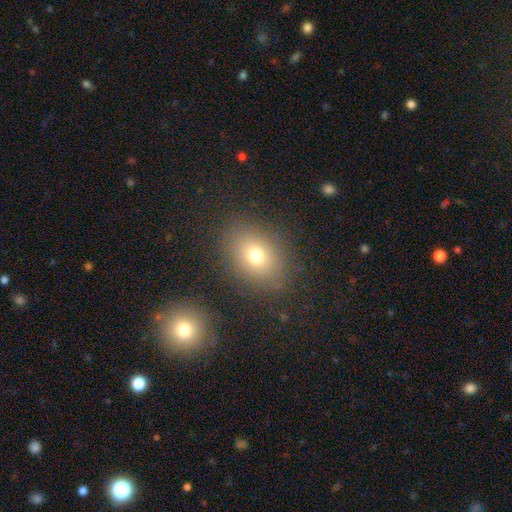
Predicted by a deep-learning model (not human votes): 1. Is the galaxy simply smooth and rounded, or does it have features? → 72% smooth, 15% star or artifact, 13% featured or disk.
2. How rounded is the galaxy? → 59% in between, 40% round, 1% cigar-shaped.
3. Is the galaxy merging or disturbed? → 83% none, 10% minor disturbance, 4% major disturbance, 3% merger.